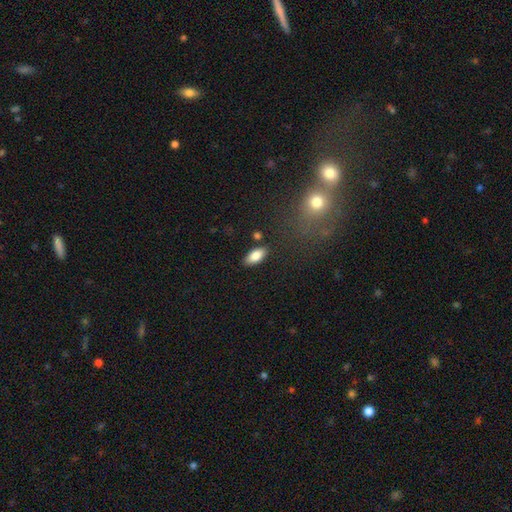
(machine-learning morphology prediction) smooth-or-featured: smooth: 84% | featured or disk: 9% | star or artifact: 7%
  how-rounded: in between: 89% | cigar-shaped: 8% | round: 3%
  merging: none: 84% | minor disturbance: 11% | merger: 3% | major disturbance: 2%